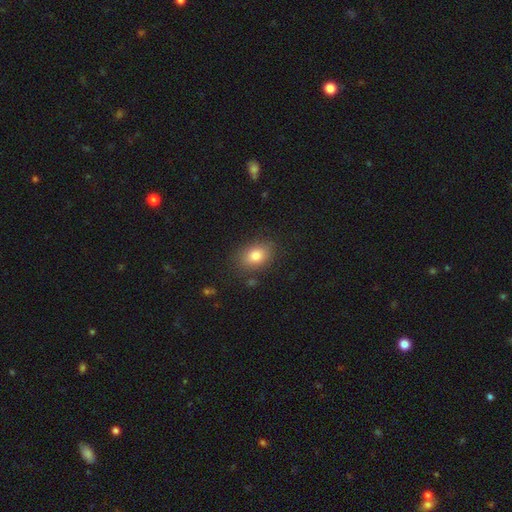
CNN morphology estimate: smooth-or-featured: smooth: 81% | featured or disk: 9% | star or artifact: 9%
  how-rounded: in between: 70% | round: 28% | cigar-shaped: 1%
  merging: none: 82% | minor disturbance: 12% | major disturbance: 4% | merger: 2%